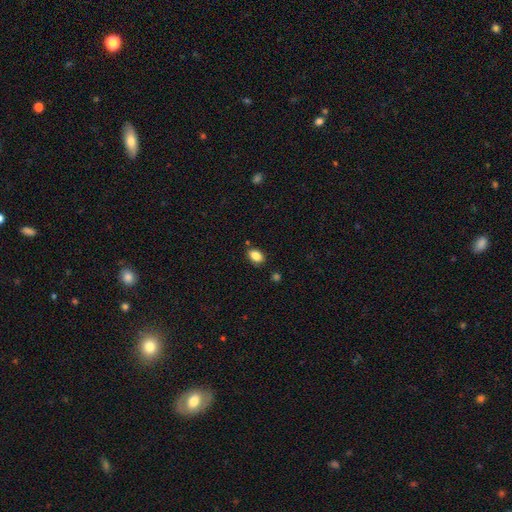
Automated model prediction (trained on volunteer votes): Smooth or featured? Predicted: smooth (p=0.85). How rounded? Predicted: in between (p=0.88). Merging? Predicted: none (p=0.84).